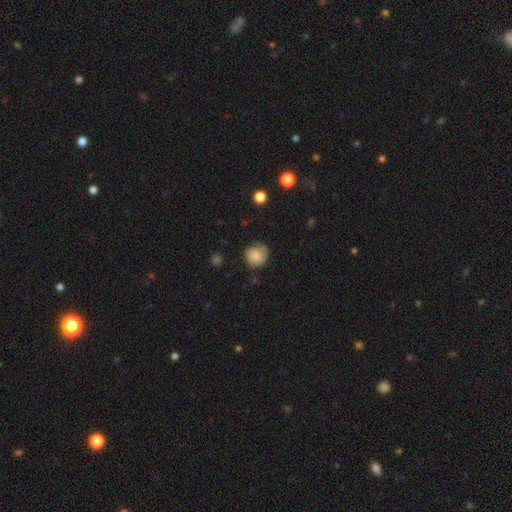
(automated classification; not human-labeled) Morphology: type=smooth (74%); roundness=round (85%); merging=none (68%).